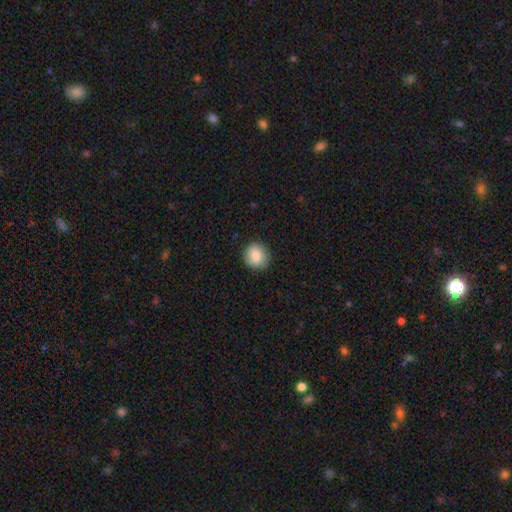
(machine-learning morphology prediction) A smooth galaxy with no disk features (84%) that is round (89%). Merging: none (89%).